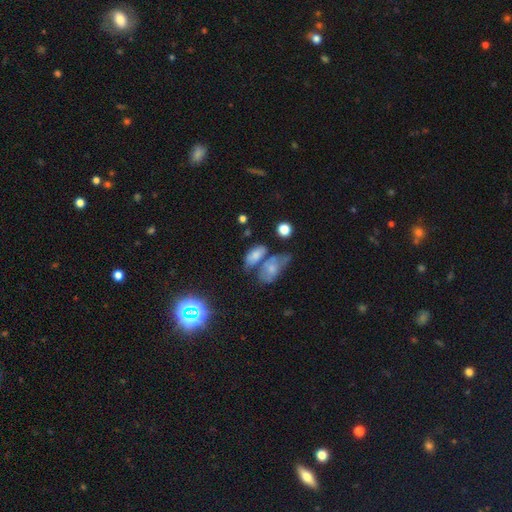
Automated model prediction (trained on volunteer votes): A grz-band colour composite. It shows a smooth galaxy with no disk features (57%) that is in between round and cigar-shaped (84%). Merging: none (38%).